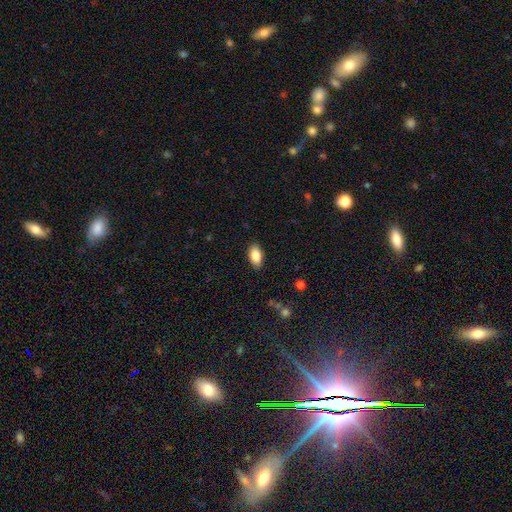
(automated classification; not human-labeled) Q: Smooth or featured?
A: smooth (86%); runner-up: star or artifact (7%)
Q: How rounded?
A: in between (92%); runner-up: round (5%)
Q: Merging?
A: none (86%); runner-up: minor disturbance (11%)